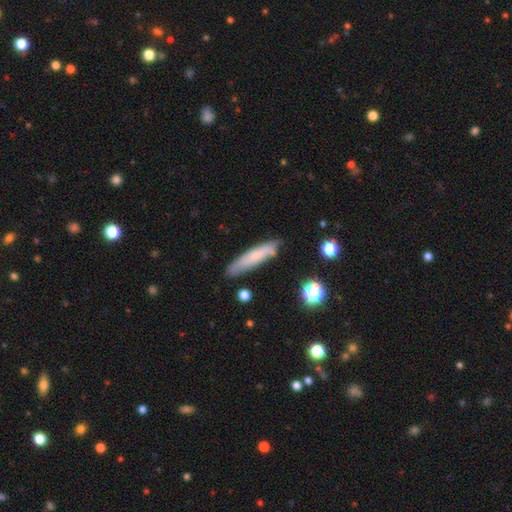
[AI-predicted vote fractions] Smooth or featured? Predicted: smooth (p=0.69). How rounded? Predicted: cigar-shaped (p=0.86). Merging? Predicted: none (p=0.78).